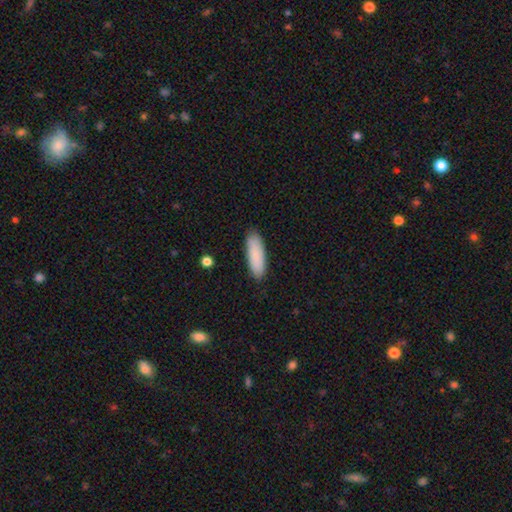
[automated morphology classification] type=smooth (87%); roundness=in between (54%); merging=none (87%).